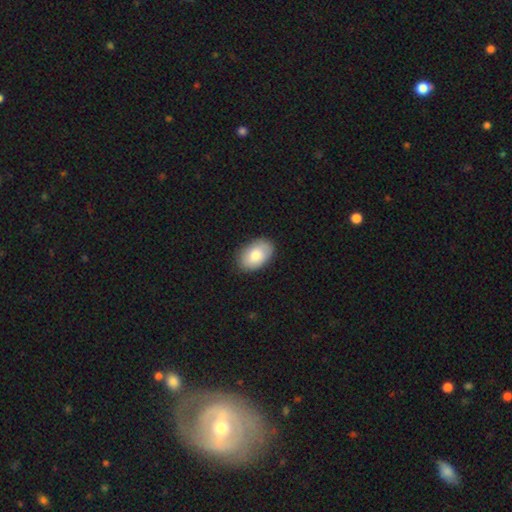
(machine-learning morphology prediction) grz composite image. It shows a smooth galaxy with no disk features (80%) that is in between round and cigar-shaped (92%). Merging: none (86%).